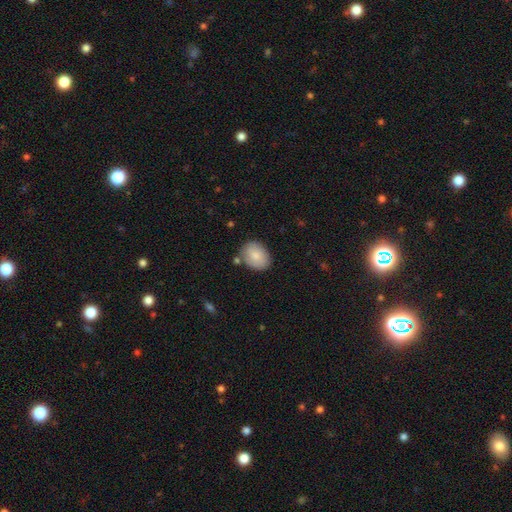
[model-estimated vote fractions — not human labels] Smooth or featured: smooth — 81% (featured or disk — 12%)
How rounded: in between — 65% (round — 35%)
Merging: none — 76% (minor disturbance — 15%)